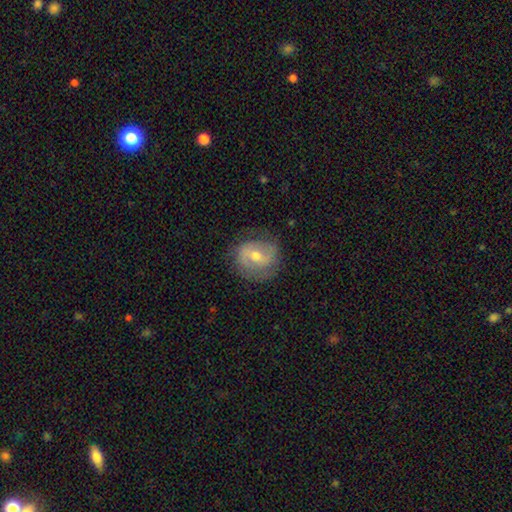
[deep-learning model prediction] Q: Smooth or featured?
A: featured or disk (58%); runner-up: smooth (34%)
Q: Edge-on disk?
A: no (96%); runner-up: yes (4%)
Q: Bar?
A: weak (44%); runner-up: no (35%)
Q: Spiral arms?
A: yes (74%); runner-up: no (26%)
Q: Bulge size?
A: moderate (65%); runner-up: small (30%)
Q: Merging?
A: none (73%); runner-up: minor disturbance (18%)